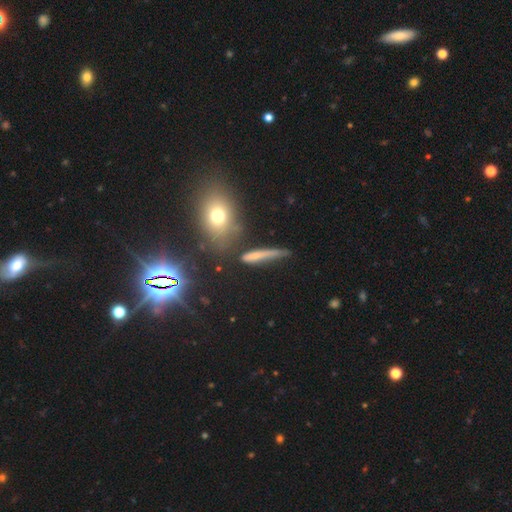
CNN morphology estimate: Smooth or featured? Predicted: smooth (p=0.48). Merging? Predicted: none (p=0.65).